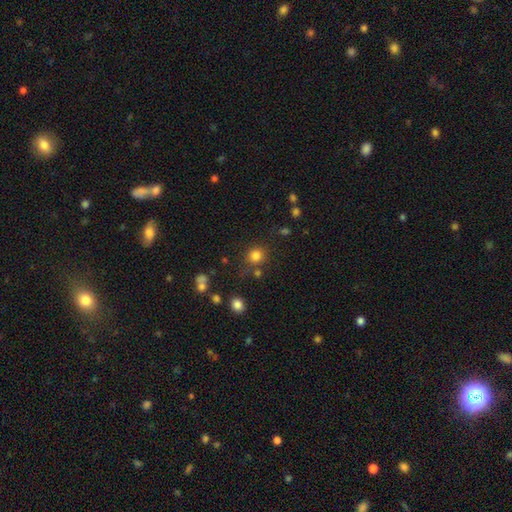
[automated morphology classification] Overall: smooth (80%). How rounded: round (86%). Merging: none (75%).